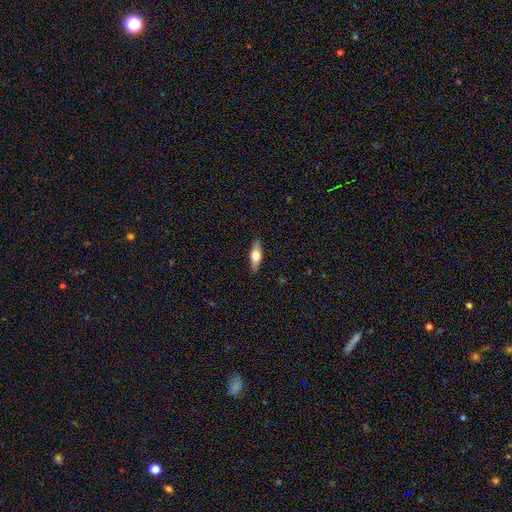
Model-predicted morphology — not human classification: smooth_or_featured: smooth (p=0.53) [alt: featured or disk p=0.41]
how_rounded: in between (p=0.58) [alt: cigar-shaped p=0.39]
merging: none (p=0.88) [alt: minor disturbance p=0.09]